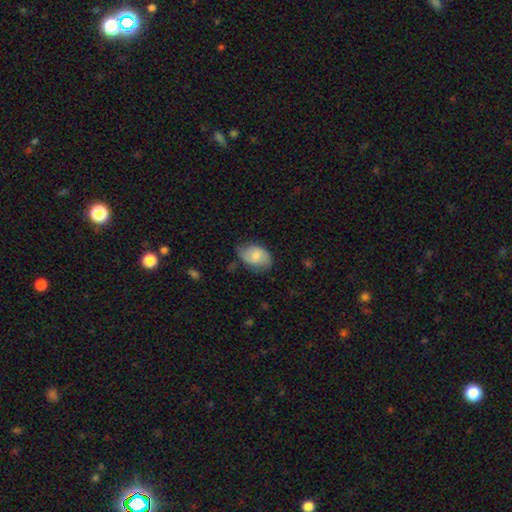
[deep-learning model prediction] Smooth or featured?
  - smooth: 66% *
  - featured or disk: 28%
  - star or artifact: 7%
How rounded?
  - in between: 82% *
  - round: 17%
  - cigar-shaped: 1%
Merging?
  - none: 61% *
  - minor disturbance: 30%
  - major disturbance: 7%
  - merger: 1%